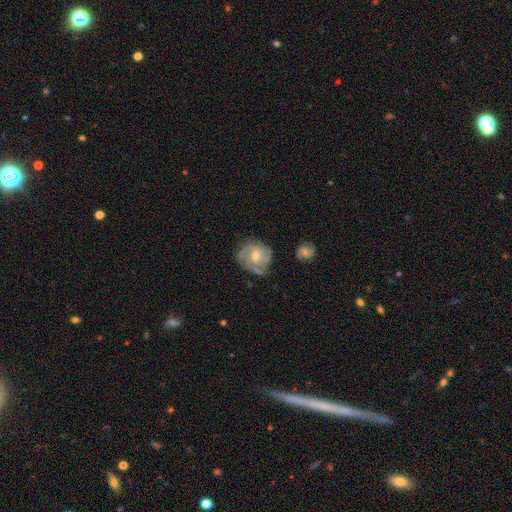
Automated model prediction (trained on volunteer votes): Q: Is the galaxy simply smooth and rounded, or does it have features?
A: featured or disk — 75%.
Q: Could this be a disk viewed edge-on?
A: no — 97%.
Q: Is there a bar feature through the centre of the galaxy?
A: no — 62%.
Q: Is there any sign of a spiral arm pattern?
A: yes — 91%.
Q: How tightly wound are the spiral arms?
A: tight — 60%.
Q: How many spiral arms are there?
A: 3 — 31%.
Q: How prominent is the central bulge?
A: moderate — 60%.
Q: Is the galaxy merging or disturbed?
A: none — 68%.